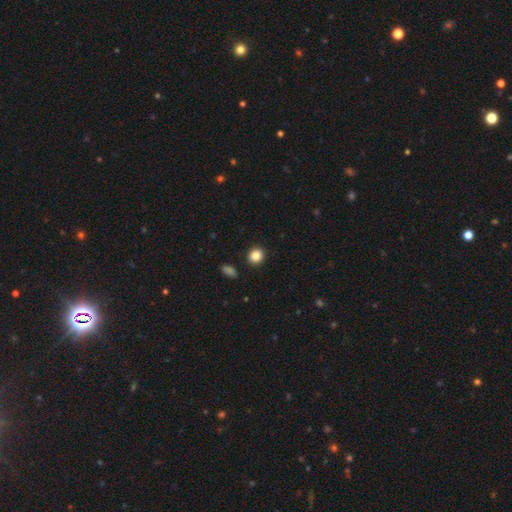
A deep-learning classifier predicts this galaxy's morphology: Smooth or featured: smooth — 86% (star or artifact — 10%)
How rounded: round — 79% (in between — 20%)
Merging: none — 91% (minor disturbance — 6%)